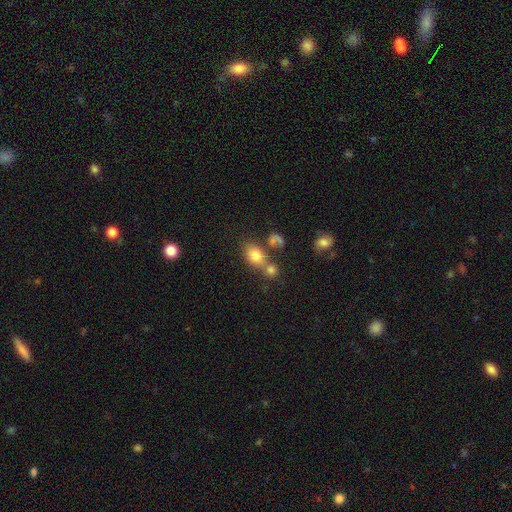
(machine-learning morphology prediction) This appears to be a smooth galaxy with no disk features (78%) that is in between round and cigar-shaped (71%). Merging: none (45%).